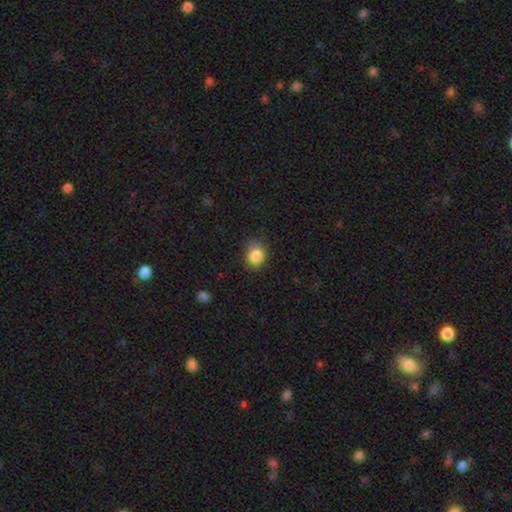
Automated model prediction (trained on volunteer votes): Q: Smooth or featured?
A: smooth (86%); runner-up: star or artifact (9%)
Q: How rounded?
A: round (63%); runner-up: in between (36%)
Q: Merging?
A: none (72%); runner-up: minor disturbance (22%)